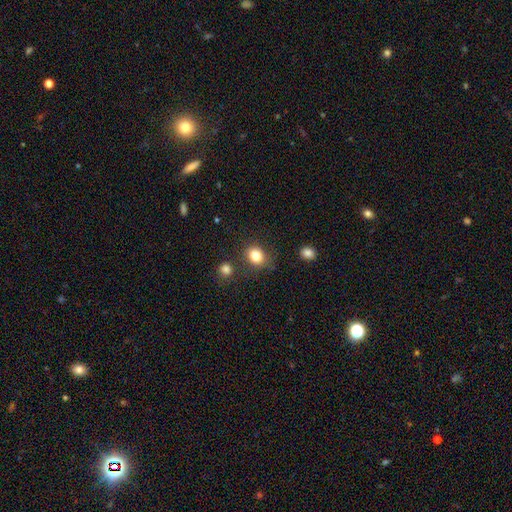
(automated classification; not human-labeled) smooth_or_featured: smooth (p=0.83) [alt: star or artifact p=0.11]
how_rounded: round (p=0.62) [alt: in between p=0.37]
merging: none (p=0.76) [alt: minor disturbance p=0.14]